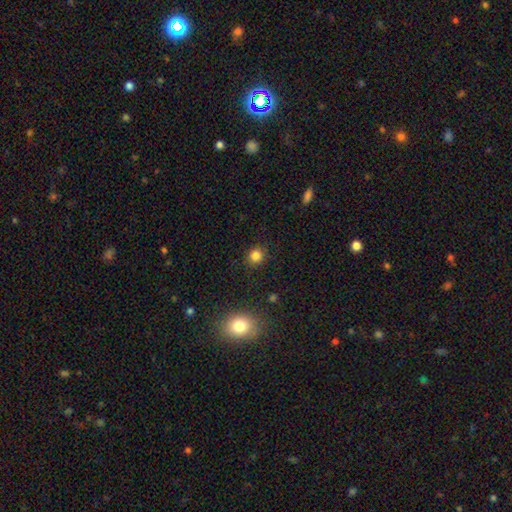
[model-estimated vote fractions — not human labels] Smooth or featured?
  - smooth: 83% *
  - star or artifact: 12%
  - featured or disk: 4%
How rounded?
  - round: 84% *
  - in between: 15%
  - cigar-shaped: 1%
Merging?
  - none: 89% *
  - minor disturbance: 8%
  - major disturbance: 2%
  - merger: 1%